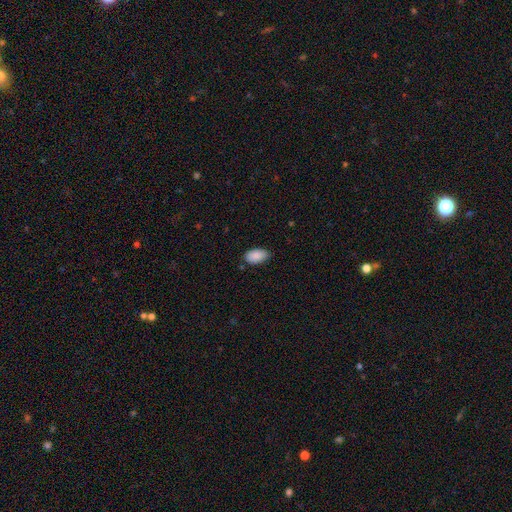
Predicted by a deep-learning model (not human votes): Smooth or featured: smooth — 89% (star or artifact — 7%)
How rounded: in between — 95% (round — 4%)
Merging: none — 77% (minor disturbance — 19%)